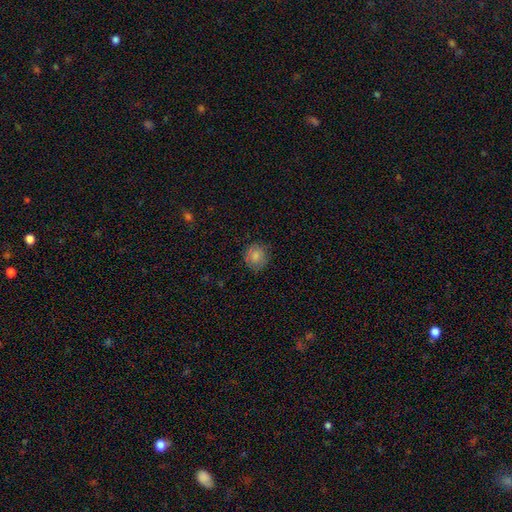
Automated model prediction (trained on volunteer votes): smooth_or_featured: smooth (p=0.80) [alt: featured or disk p=0.11]
how_rounded: round (p=0.86) [alt: in between p=0.13]
merging: none (p=0.80) [alt: minor disturbance p=0.16]